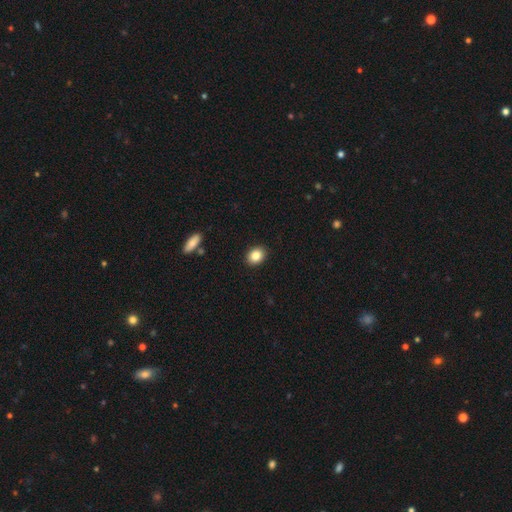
Volunteers were most divided on "how rounded": in between: 56%, round: 44%, cigar-shaped: 0%. More confident: smooth or featured — smooth (89%); merging — none (89%).